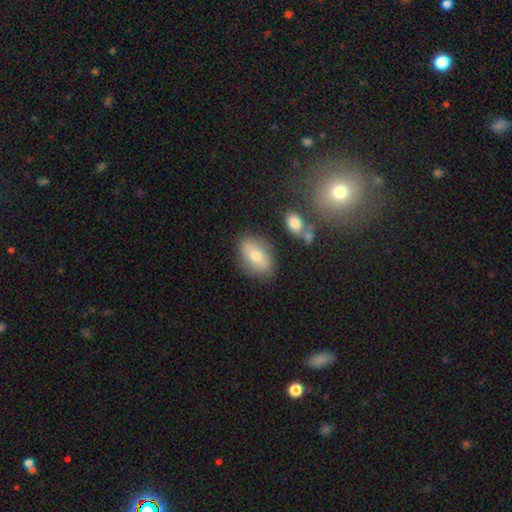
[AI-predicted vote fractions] smooth_or_featured: smooth (p=0.69) [alt: featured or disk p=0.23]
how_rounded: in between (p=0.88) [alt: round p=0.09]
merging: none (p=0.77) [alt: minor disturbance p=0.15]